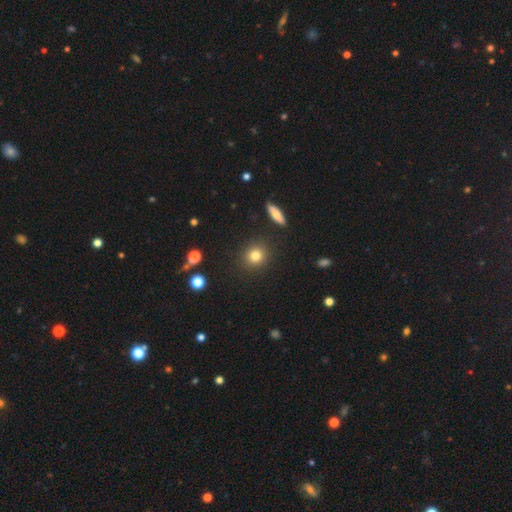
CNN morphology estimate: The model was most divided on "how rounded": round: 84%, in between: 15%, cigar-shaped: 2%. More confident: merging — none (89%); smooth or featured — smooth (82%).